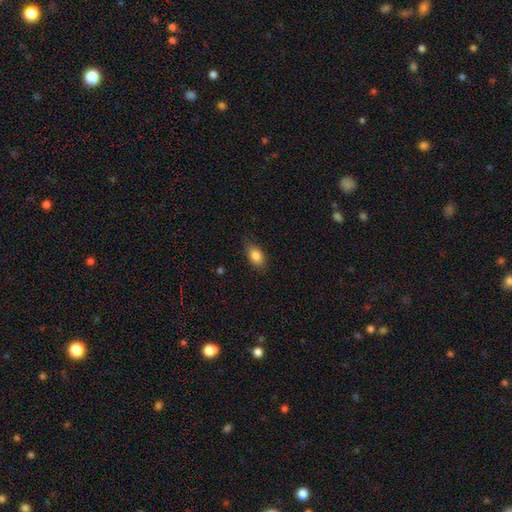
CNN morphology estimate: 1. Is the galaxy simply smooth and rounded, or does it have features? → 85% smooth, 8% star or artifact, 8% featured or disk.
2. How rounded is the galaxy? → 87% in between, 9% round, 3% cigar-shaped.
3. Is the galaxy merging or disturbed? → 79% none, 17% minor disturbance, 3% major disturbance, 1% merger.